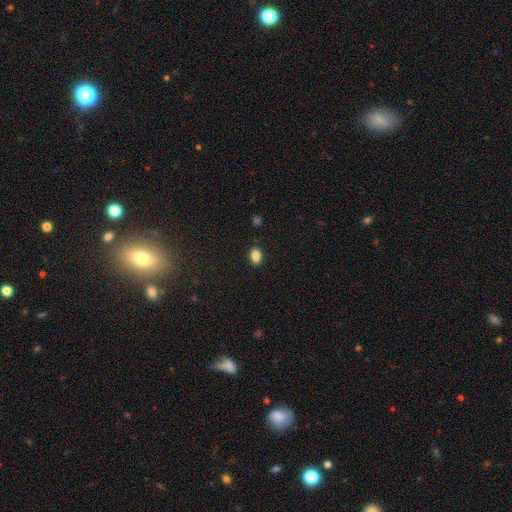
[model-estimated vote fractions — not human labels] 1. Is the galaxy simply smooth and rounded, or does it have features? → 85% smooth, 10% star or artifact, 5% featured or disk.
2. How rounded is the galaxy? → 77% in between, 22% round, 1% cigar-shaped.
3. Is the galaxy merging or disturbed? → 88% none, 9% minor disturbance, 2% major disturbance, 1% merger.